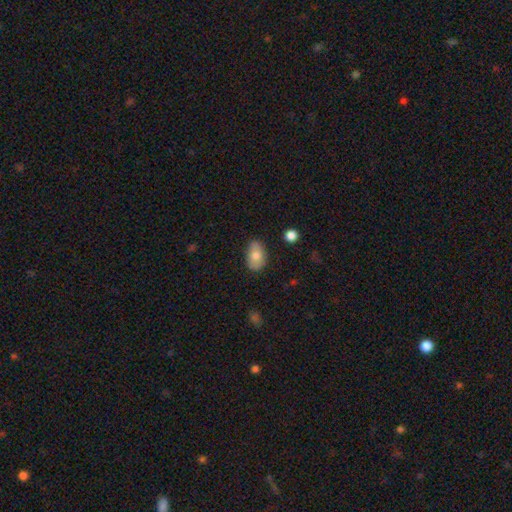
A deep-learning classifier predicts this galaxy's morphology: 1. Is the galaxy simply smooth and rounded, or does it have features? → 76% smooth, 17% featured or disk, 7% star or artifact.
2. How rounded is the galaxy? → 88% in between, 10% round, 2% cigar-shaped.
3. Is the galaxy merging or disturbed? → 75% none, 20% minor disturbance, 4% major disturbance, 2% merger.